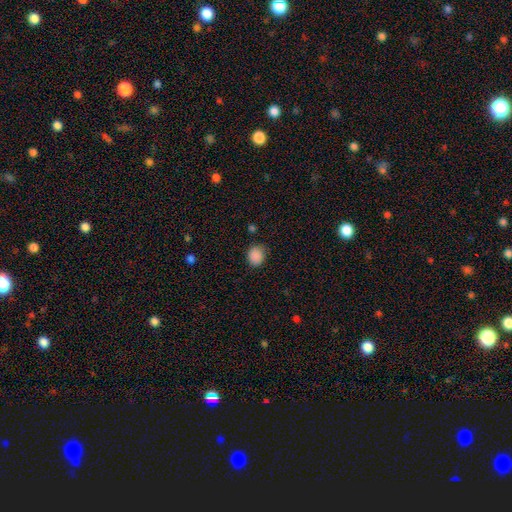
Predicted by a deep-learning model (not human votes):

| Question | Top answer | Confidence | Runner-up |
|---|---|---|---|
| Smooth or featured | smooth | 88% | star or artifact (9%) |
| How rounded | round | 69% | in between (30%) |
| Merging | none | 79% | minor disturbance (16%) |